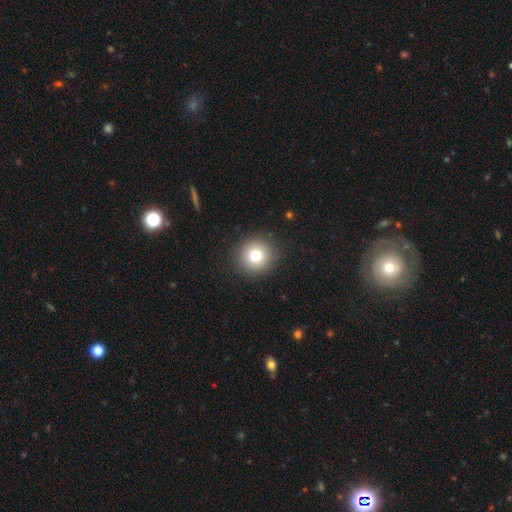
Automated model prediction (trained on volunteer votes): A smooth galaxy with no disk features (76%) that is round (94%).

Vote fractions:
- Smooth or featured? smooth: 76% / star or artifact: 13% / featured or disk: 11%
- How rounded? round: 94% / in between: 5% / cigar-shaped: 1%
- Merging? none: 91% / minor disturbance: 6% / major disturbance: 2% / merger: 1%